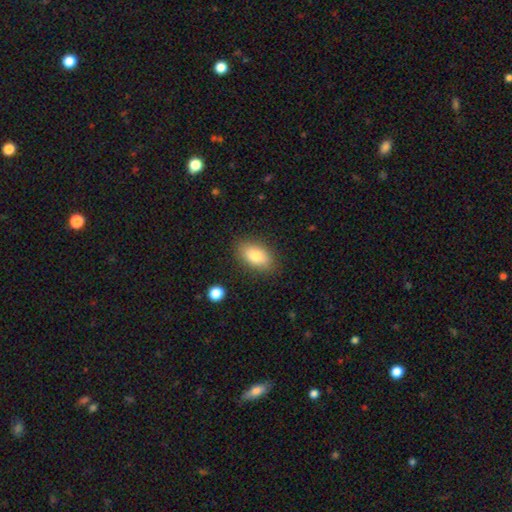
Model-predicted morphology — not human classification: A smooth galaxy with no disk features (80%) that is in between round and cigar-shaped (90%).

Vote fractions:
- Smooth or featured? smooth: 80% / featured or disk: 13% / star or artifact: 8%
- How rounded? in between: 90% / round: 8% / cigar-shaped: 2%
- Merging? none: 84% / minor disturbance: 11% / major disturbance: 3% / merger: 2%